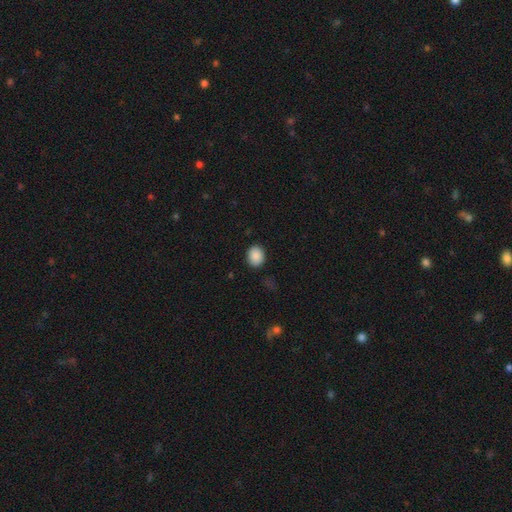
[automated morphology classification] This appears to be a smooth galaxy with no disk features (89%) that is in between round and cigar-shaped (51%). Merging: none (87%).